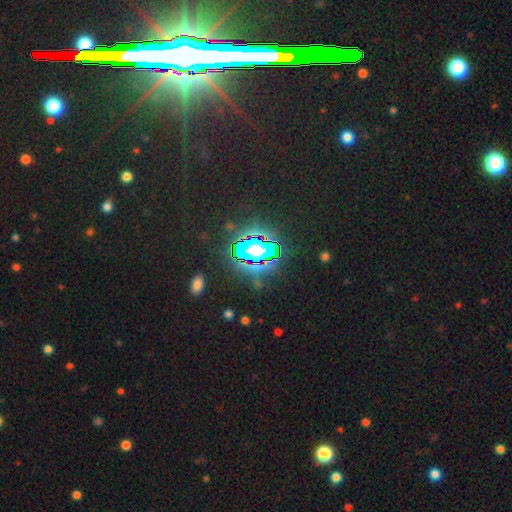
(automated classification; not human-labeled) Smooth or featured?
  - star or artifact: 82% *
  - smooth: 9%
  - featured or disk: 8%